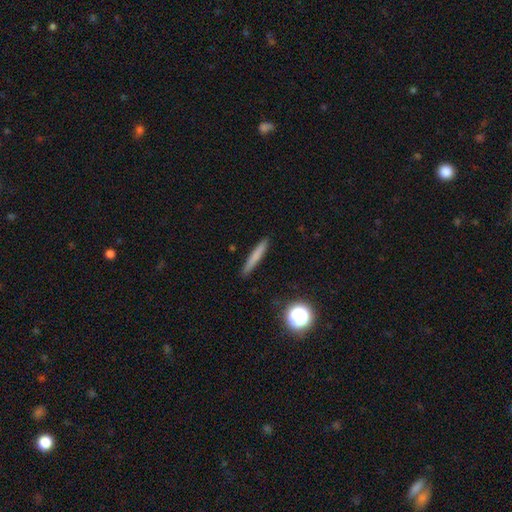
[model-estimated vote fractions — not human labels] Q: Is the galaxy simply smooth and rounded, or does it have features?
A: smooth — 72%.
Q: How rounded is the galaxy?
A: cigar-shaped — 94%.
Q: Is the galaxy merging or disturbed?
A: none — 90%.